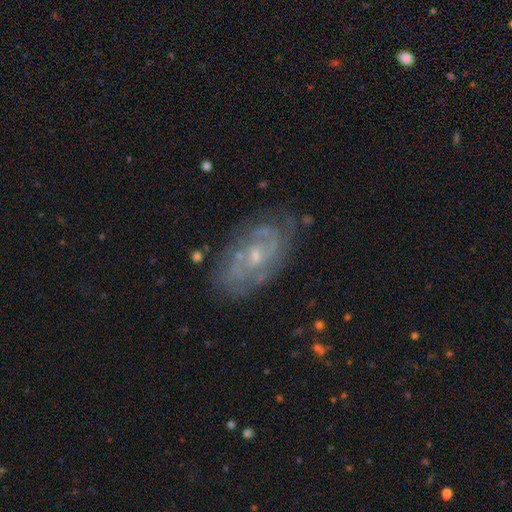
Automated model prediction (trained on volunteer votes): Overall: featured or disk (79%). Edge-on disk: no (95%). Bar: no (69%). Spiral arms: yes (83%). Spiral arm count: can't tell (40%; 2 39%). Spiral winding: tight (55%; medium 34%). Bulge size: small (65%; moderate 30%). Merging: none (71%).